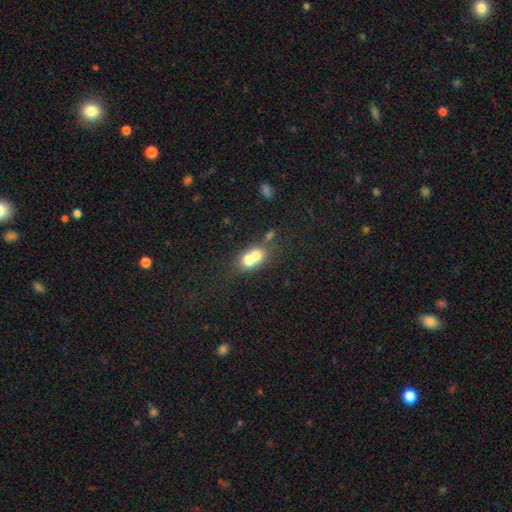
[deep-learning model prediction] A smooth galaxy with no disk features (66%) that is round (58%). Merging: merger (71%).